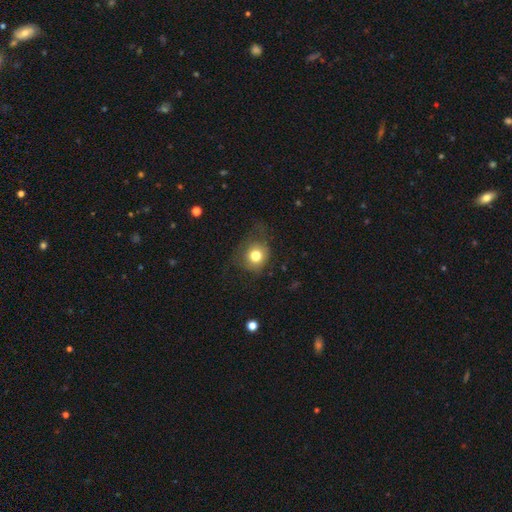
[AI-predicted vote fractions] smooth 76%, featured or disk 13%, star or artifact 12%. Down the decision tree: how rounded — round (84%); merging — none (58%).